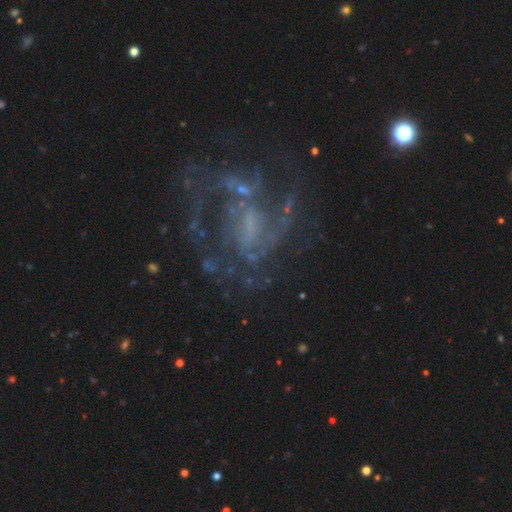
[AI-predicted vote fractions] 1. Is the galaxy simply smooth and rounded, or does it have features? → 81% featured or disk, 13% star or artifact, 6% smooth.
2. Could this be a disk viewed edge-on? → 97% no, 3% yes.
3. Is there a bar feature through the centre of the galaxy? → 44% weak, 34% no, 22% strong.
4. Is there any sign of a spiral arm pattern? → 90% yes, 10% no.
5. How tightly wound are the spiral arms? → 49% medium, 28% tight, 23% loose.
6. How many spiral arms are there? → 38% 2, 25% can't tell, 17% 3, 7% 4, 7% 1, 6% more than 4.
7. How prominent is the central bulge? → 46% none, 36% small, 14% moderate, 3% large, 1% dominant.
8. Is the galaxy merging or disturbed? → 57% none, 23% major disturbance, 16% minor disturbance, 4% merger.